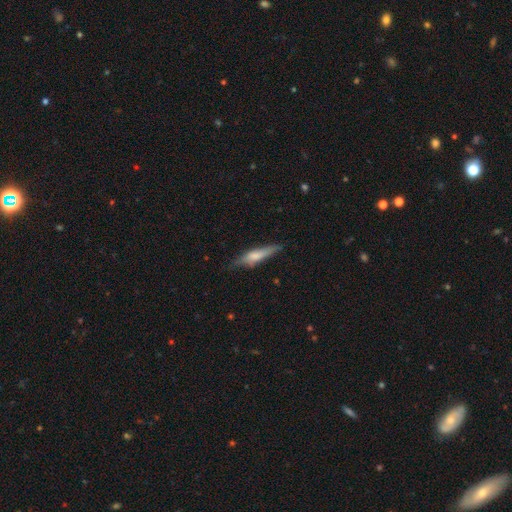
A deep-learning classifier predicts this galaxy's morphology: This is possibly a smooth galaxy (60%). How rounded: clearly cigar-shaped (82%). Merging: likely none (68%).